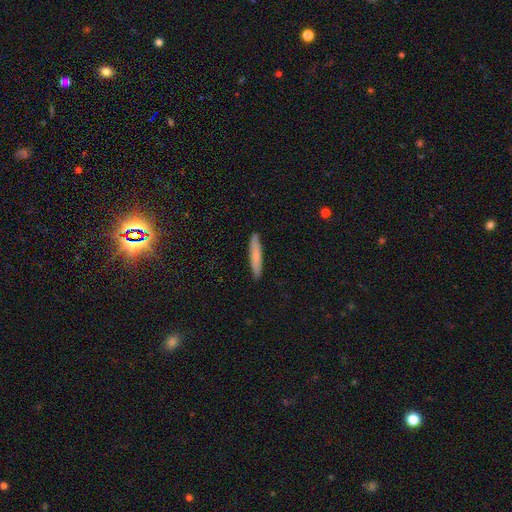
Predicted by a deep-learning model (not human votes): Q: Smooth or featured?
A: smooth (68%); runner-up: featured or disk (25%)
Q: How rounded?
A: cigar-shaped (91%); runner-up: in between (7%)
Q: Merging?
A: none (88%); runner-up: minor disturbance (9%)